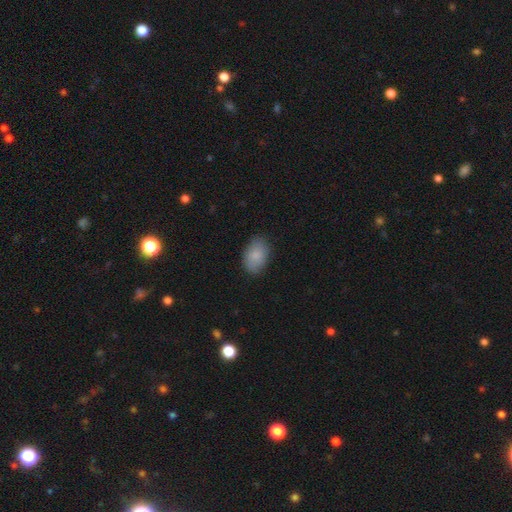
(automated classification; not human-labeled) This appears to be a smooth galaxy with no disk features (85%) that is in between round and cigar-shaped (89%). Merging: none (82%).